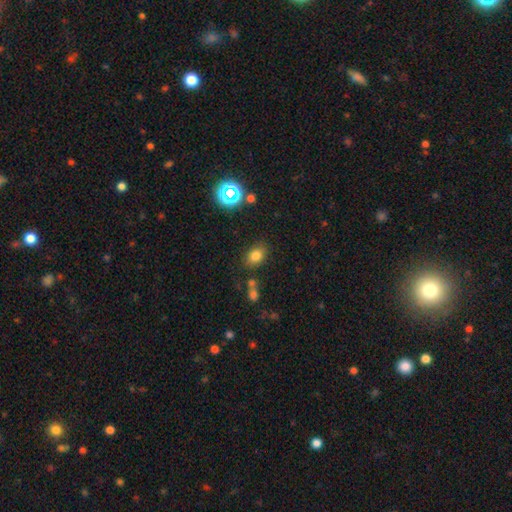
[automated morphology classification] Smooth or featured? smooth (76%)
How rounded? in between (72%)
Merging? none (77%)